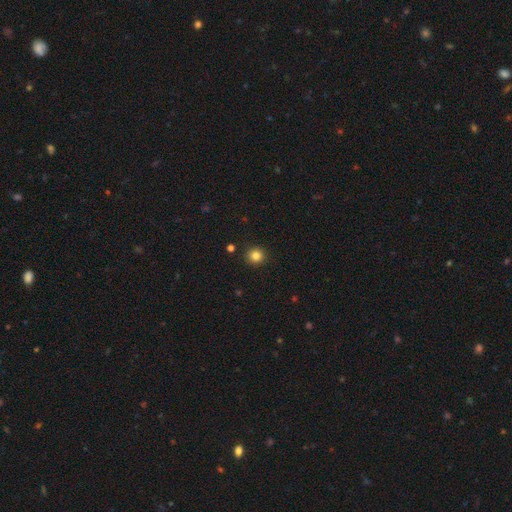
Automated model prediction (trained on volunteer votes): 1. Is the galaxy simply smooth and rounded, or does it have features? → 83% smooth, 12% star or artifact, 5% featured or disk.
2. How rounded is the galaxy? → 92% round, 7% in between, 1% cigar-shaped.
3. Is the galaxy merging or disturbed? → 91% none, 5% minor disturbance, 2% major disturbance, 1% merger.